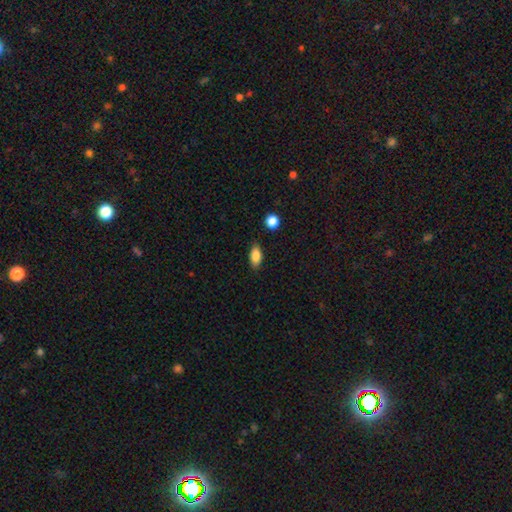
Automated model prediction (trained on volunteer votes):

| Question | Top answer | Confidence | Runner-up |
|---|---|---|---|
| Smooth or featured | smooth | 85% | star or artifact (8%) |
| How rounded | in between | 87% | cigar-shaped (8%) |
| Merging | none | 86% | minor disturbance (10%) |